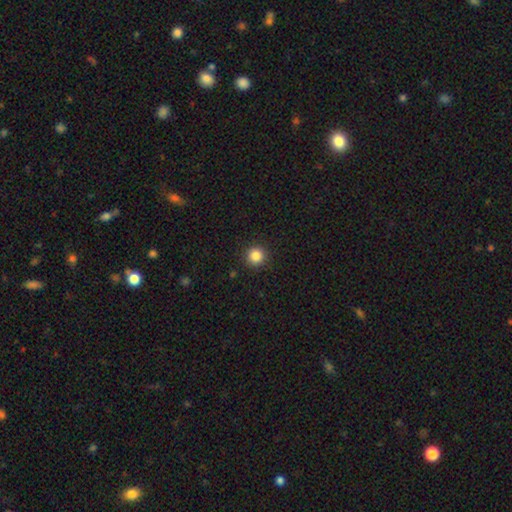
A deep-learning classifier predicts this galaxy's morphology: Smooth or featured? smooth (86%)
How rounded? round (95%)
Merging? none (92%)